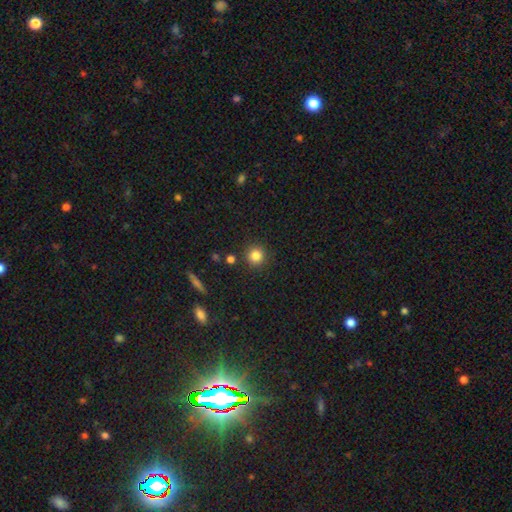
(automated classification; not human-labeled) Morphology: type=smooth (83%); roundness=round (93%); merging=none (88%).